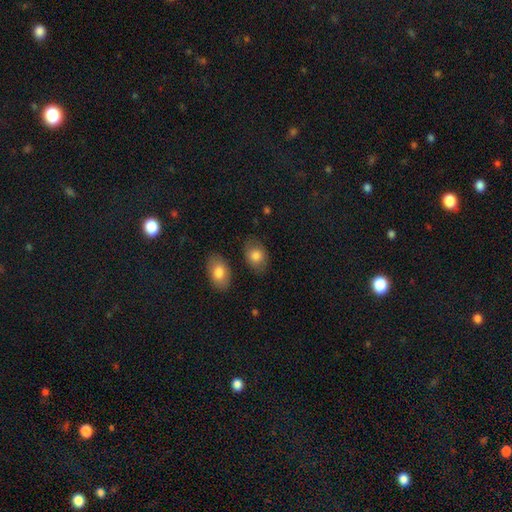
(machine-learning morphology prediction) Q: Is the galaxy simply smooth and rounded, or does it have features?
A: smooth — 79%.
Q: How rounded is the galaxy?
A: in between — 73%.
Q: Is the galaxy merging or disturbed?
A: none — 75%.